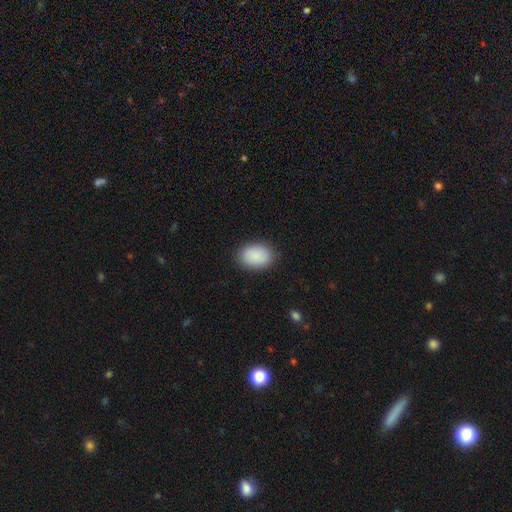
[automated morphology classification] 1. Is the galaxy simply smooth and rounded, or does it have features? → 90% smooth, 6% star or artifact, 4% featured or disk.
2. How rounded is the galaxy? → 81% in between, 18% round, 1% cigar-shaped.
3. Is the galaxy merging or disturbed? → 87% none, 9% minor disturbance, 2% major disturbance, 1% merger.